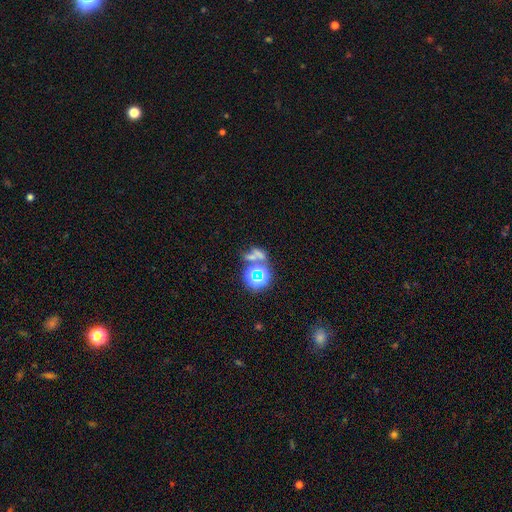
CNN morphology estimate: A star or artifact, not a galaxy (45%).